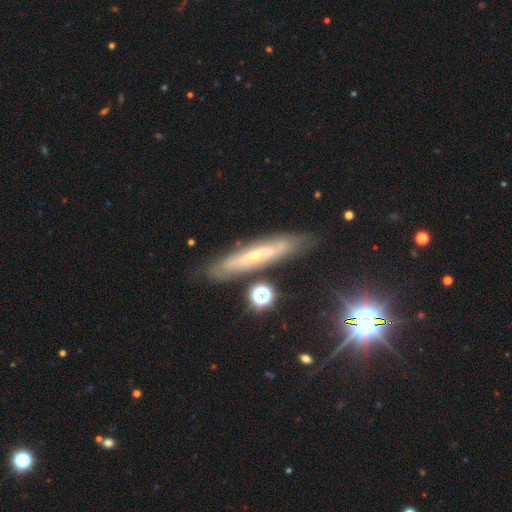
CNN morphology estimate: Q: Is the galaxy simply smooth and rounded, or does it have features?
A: featured or disk — 70%.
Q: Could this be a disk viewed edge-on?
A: yes — 54%.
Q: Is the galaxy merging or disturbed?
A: none — 79%.